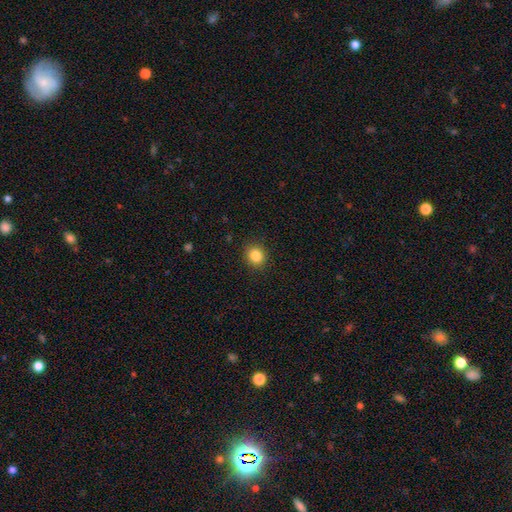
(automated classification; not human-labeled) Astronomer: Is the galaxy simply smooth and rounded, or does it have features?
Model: smooth — 85%.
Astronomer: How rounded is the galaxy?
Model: round — 81%.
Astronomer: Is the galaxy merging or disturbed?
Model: none — 91%.